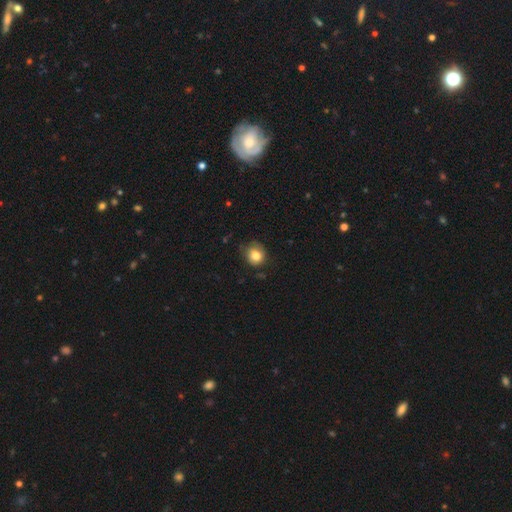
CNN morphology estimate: Smooth or featured? smooth (81%)
How rounded? round (78%)
Merging? none (66%)